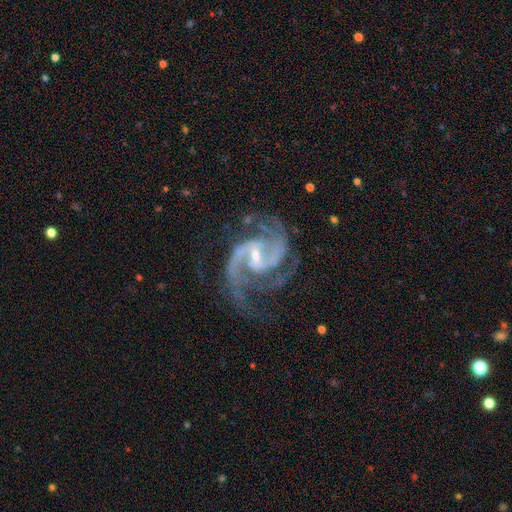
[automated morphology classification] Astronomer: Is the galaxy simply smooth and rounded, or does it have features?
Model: featured or disk — 93%.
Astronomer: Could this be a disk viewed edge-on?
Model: no — 98%.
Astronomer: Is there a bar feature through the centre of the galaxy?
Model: weak — 47% (runner-up: strong, 30%).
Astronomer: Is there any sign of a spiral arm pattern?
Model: yes — 99%.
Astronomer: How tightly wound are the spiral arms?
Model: medium — 64%.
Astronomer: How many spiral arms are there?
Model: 2 — 71%.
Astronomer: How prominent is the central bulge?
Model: small — 66%.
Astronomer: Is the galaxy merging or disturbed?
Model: none — 67%.